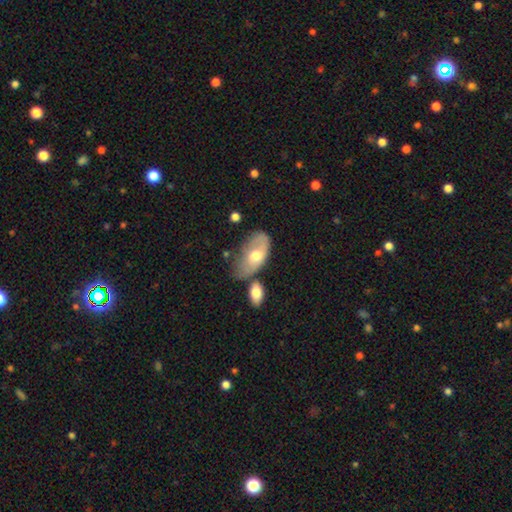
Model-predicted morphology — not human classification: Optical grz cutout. It shows a smooth galaxy with no disk features (56%) that is in between round and cigar-shaped (92%). Merging: none (36%).